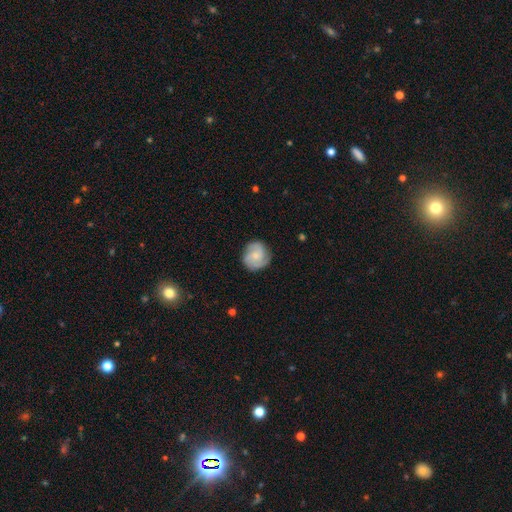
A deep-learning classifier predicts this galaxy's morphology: smooth_or_featured: featured or disk (p=0.63) [alt: smooth p=0.31]
disk_edge_on: no (p=0.98) [alt: yes p=0.02]
bar: no (p=0.73) [alt: weak p=0.24]
has_spiral_arms: yes (p=0.94) [alt: no p=0.06]
spiral_winding: tight (p=0.46) [alt: medium p=0.42]
spiral_arm_count: 3 (p=0.46) [alt: 2 p=0.22]
bulge_size: small (p=0.60) [alt: moderate p=0.28]
merging: none (p=0.80) [alt: minor disturbance p=0.15]